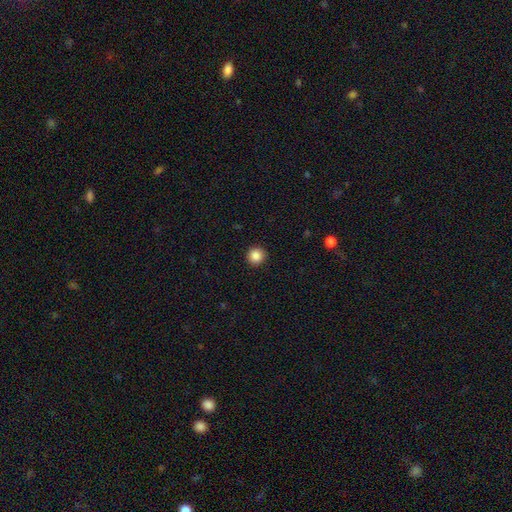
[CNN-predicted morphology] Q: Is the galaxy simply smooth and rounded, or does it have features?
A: smooth — 87%.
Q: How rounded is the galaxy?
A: round — 95%.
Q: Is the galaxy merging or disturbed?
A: none — 92%.